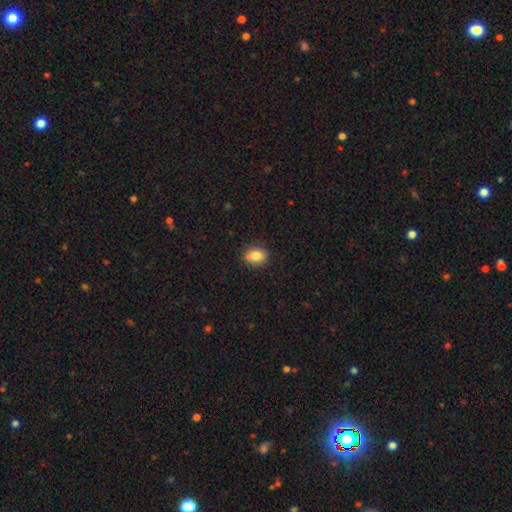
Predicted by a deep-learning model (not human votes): Smooth or featured? Predicted: smooth (p=0.81). How rounded? Predicted: round (p=0.61). Merging? Predicted: none (p=0.68).